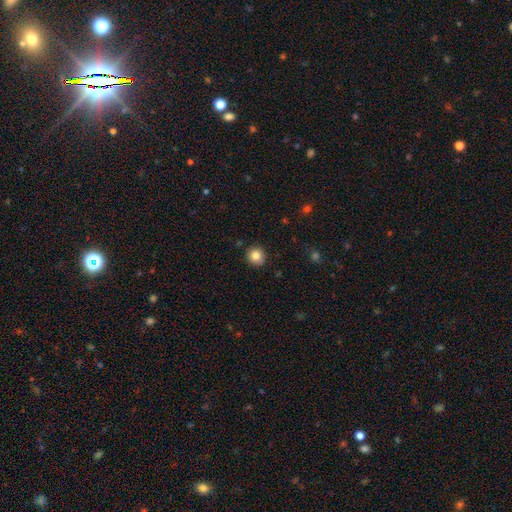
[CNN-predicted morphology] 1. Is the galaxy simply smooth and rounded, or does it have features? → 84% smooth, 10% star or artifact, 6% featured or disk.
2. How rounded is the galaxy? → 93% round, 6% in between, 1% cigar-shaped.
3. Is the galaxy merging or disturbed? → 91% none, 6% minor disturbance, 2% major disturbance, 1% merger.